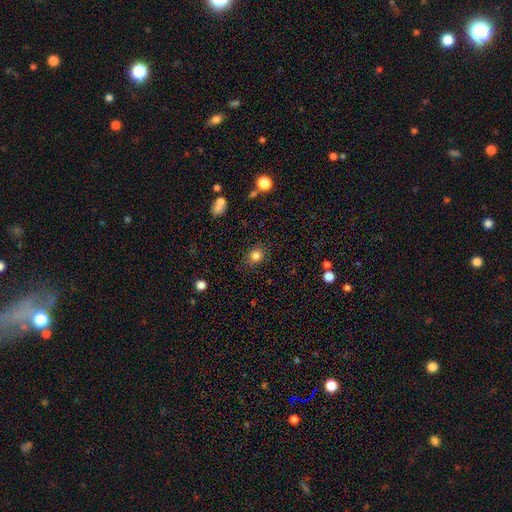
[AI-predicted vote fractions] smooth_or_featured: smooth (p=0.83) [alt: star or artifact p=0.12]
how_rounded: round (p=0.70) [alt: in between p=0.29]
merging: none (p=0.83) [alt: minor disturbance p=0.12]